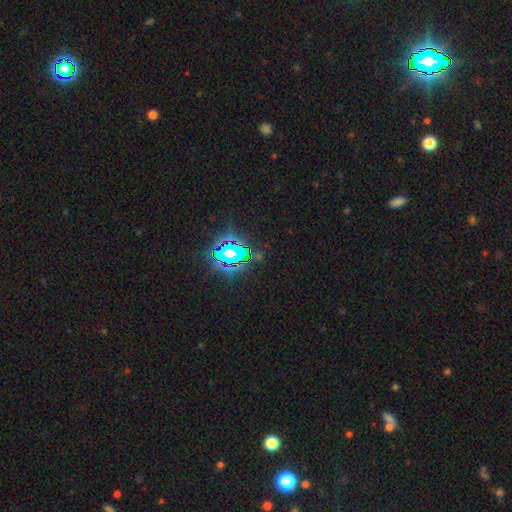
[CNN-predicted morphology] A star or artifact, not a galaxy (76%).